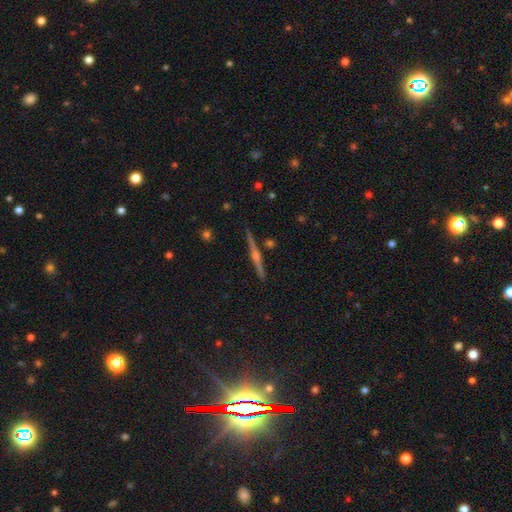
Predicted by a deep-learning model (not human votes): featured or disk 57%, star or artifact 27%, smooth 16%. Down the decision tree: edge-on disk — yes (92%); edge-on bulge — rounded (72%); merging — none (82%).